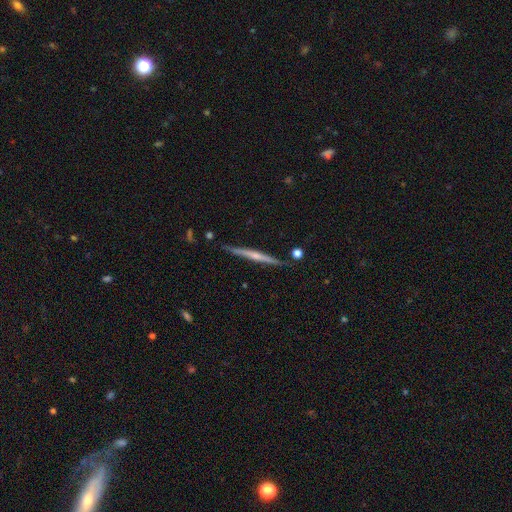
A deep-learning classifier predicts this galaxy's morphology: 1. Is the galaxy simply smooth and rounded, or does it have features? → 70% featured or disk, 24% smooth, 6% star or artifact.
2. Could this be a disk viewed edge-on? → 97% yes, 3% no.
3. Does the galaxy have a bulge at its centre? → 58% rounded, 35% none, 6% boxy.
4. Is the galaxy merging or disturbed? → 86% none, 10% minor disturbance, 2% merger, 2% major disturbance.